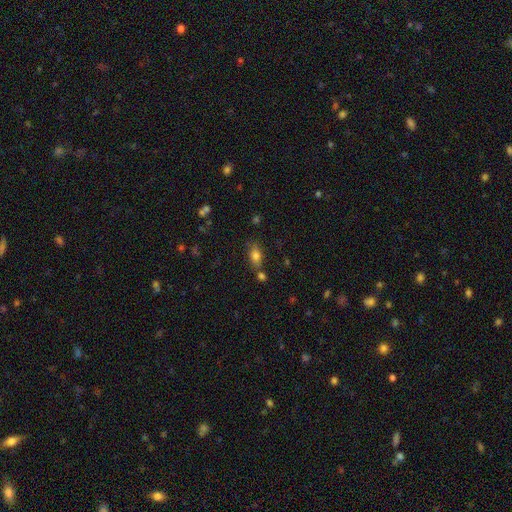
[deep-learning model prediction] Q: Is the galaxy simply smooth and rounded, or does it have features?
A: smooth — 77%.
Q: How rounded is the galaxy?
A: in between — 82%.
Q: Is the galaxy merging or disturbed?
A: none — 67%.